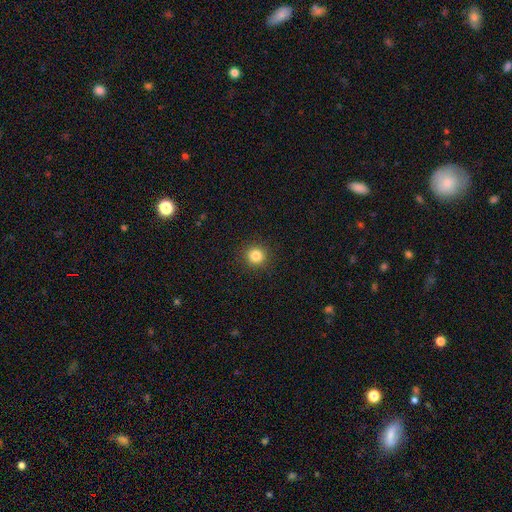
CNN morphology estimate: Smooth or featured? Predicted: smooth (p=0.84). How rounded? Predicted: round (p=0.93). Merging? Predicted: none (p=0.92).